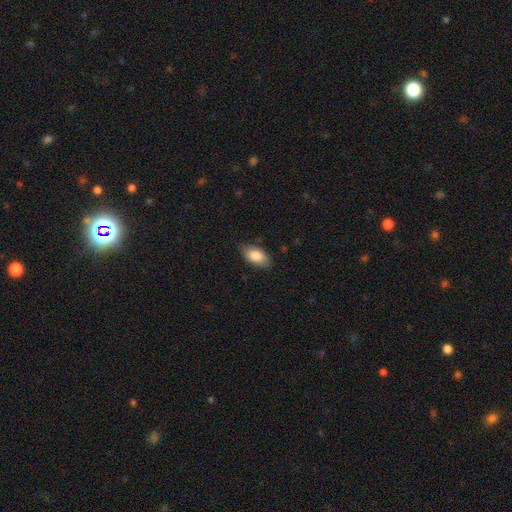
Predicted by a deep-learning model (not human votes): Smooth or featured?
  - smooth: 84% *
  - featured or disk: 10%
  - star or artifact: 6%
How rounded?
  - in between: 93% *
  - round: 4%
  - cigar-shaped: 3%
Merging?
  - none: 79% *
  - minor disturbance: 17%
  - major disturbance: 3%
  - merger: 1%